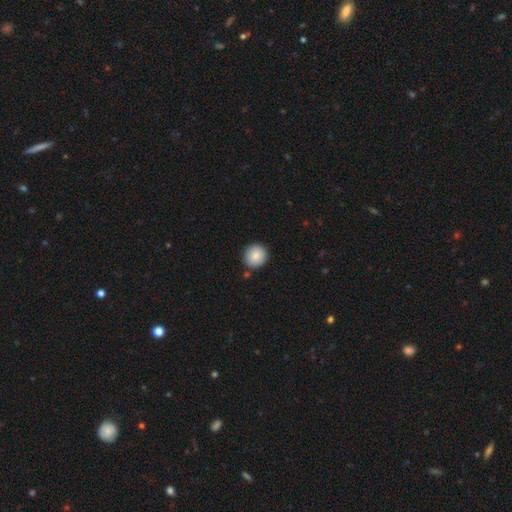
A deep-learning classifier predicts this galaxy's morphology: This is clearly a smooth galaxy (86%). How rounded: clearly round (92%). Merging: clearly none (88%).